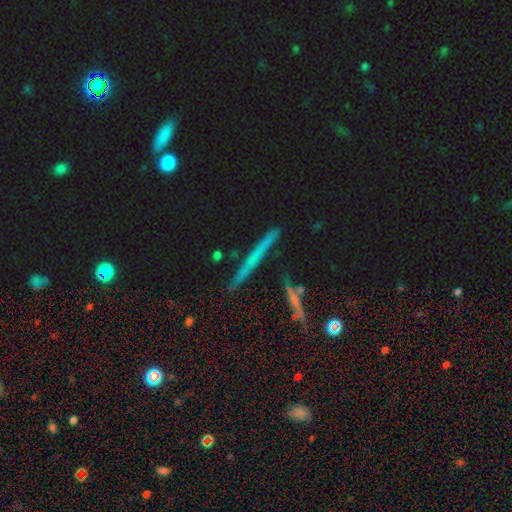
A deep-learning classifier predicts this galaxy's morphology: A featured or disk galaxy (52%) viewed edge-on (96%).

Vote fractions:
- Smooth or featured? featured or disk: 52% / smooth: 36% / star or artifact: 12%
- Edge-on disk? yes: 96% / no: 4%
- Merging? none: 88% / minor disturbance: 7% / merger: 3% / major disturbance: 2%